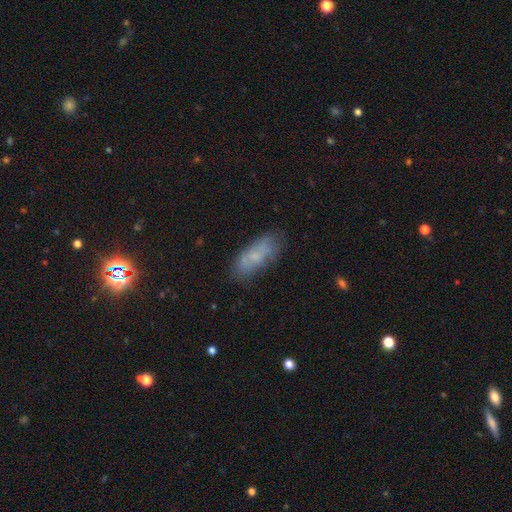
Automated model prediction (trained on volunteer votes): smooth 65%, featured or disk 26%, star or artifact 9%. Down the decision tree: how rounded — in between (75%); merging — none (70%).